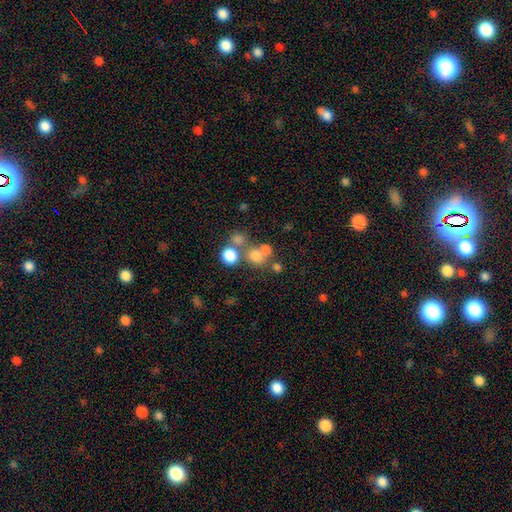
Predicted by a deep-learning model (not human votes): smooth-or-featured: smooth: 67% | star or artifact: 17% | featured or disk: 15%
  how-rounded: round: 78% | in between: 21% | cigar-shaped: 1%
  merging: none: 49% | merger: 37% | minor disturbance: 8% | major disturbance: 6%